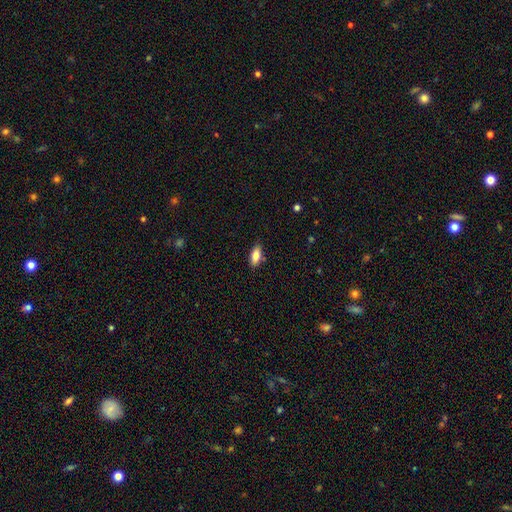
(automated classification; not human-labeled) This is clearly a smooth galaxy (82%). How rounded: clearly in between (83%). Merging: clearly none (84%).